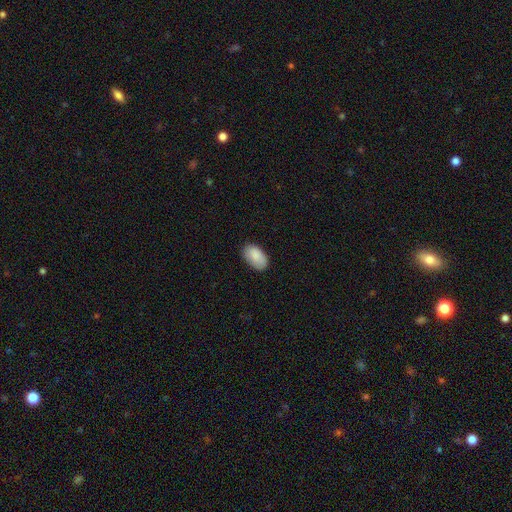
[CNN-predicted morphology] smooth 88%, star or artifact 6%, featured or disk 6%. Down the decision tree: how rounded — in between (94%); merging — none (82%).